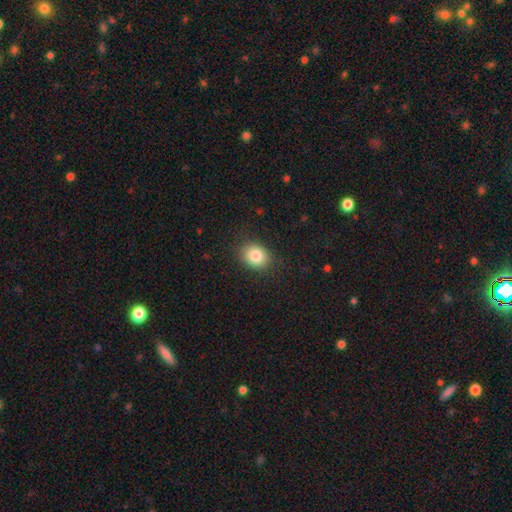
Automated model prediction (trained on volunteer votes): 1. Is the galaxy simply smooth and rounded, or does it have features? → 84% smooth, 9% star or artifact, 7% featured or disk.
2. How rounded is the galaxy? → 50% round, 49% in between, 1% cigar-shaped.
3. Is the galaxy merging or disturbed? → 85% none, 11% minor disturbance, 3% major disturbance, 1% merger.